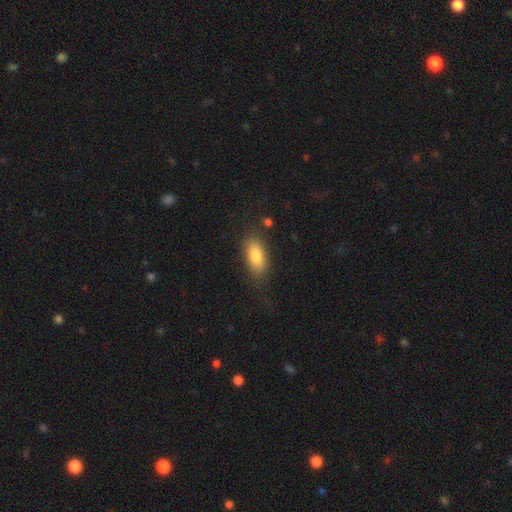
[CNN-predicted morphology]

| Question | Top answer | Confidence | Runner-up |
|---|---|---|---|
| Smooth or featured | smooth | 82% | featured or disk (11%) |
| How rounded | in between | 86% | cigar-shaped (10%) |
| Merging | none | 73% | minor disturbance (17%) |